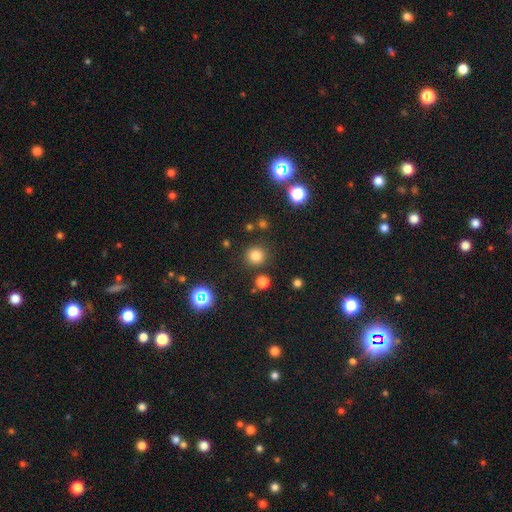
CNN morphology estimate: smooth-or-featured: smooth: 78% | star or artifact: 17% | featured or disk: 5%
  how-rounded: round: 94% | in between: 5% | cigar-shaped: 1%
  merging: none: 87% | minor disturbance: 7% | merger: 4% | major disturbance: 3%